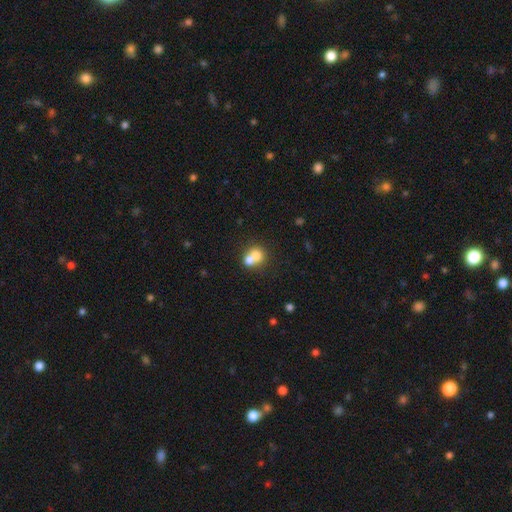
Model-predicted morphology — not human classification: This is likely a smooth galaxy (69%). How rounded: likely round (74%). Merging: likely merger (63%).